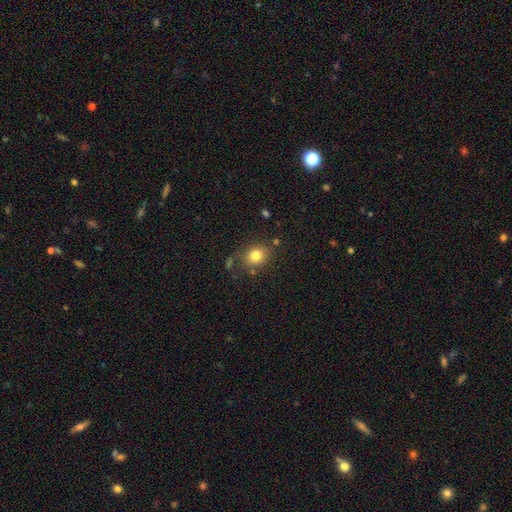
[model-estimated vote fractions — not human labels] smooth-or-featured: smooth: 81% | star or artifact: 11% | featured or disk: 8%
  how-rounded: round: 62% | in between: 38% | cigar-shaped: 1%
  merging: none: 77% | minor disturbance: 13% | merger: 5% | major disturbance: 5%